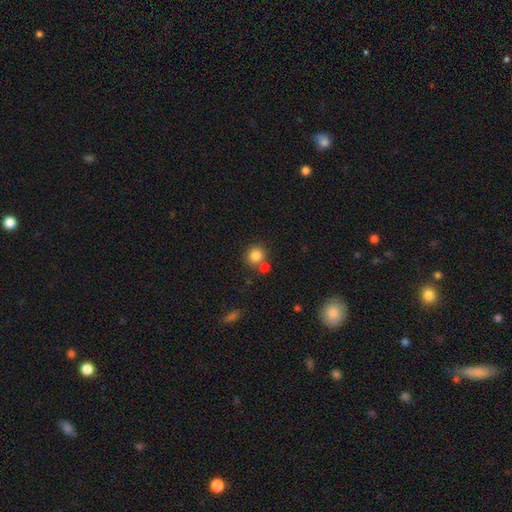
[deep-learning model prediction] A smooth galaxy with no disk features (83%) that is round (90%). Merging: none (69%).